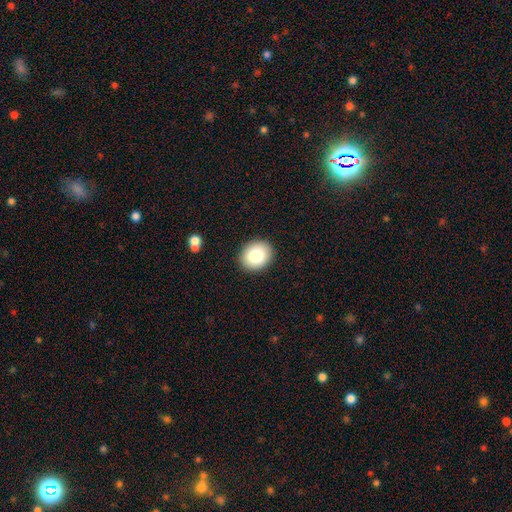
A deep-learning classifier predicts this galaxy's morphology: Smooth or featured?
  - smooth: 82% *
  - featured or disk: 9%
  - star or artifact: 8%
How rounded?
  - round: 61% *
  - in between: 38%
  - cigar-shaped: 1%
Merging?
  - none: 90% *
  - minor disturbance: 7%
  - major disturbance: 2%
  - merger: 1%